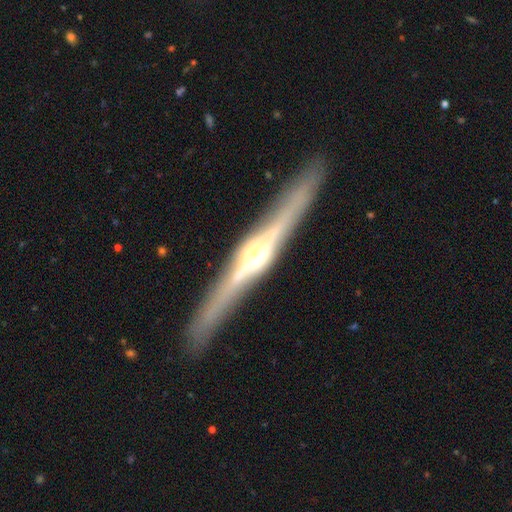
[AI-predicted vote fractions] smooth_or_featured: featured or disk (p=0.85) [alt: smooth p=0.10]
disk_edge_on: yes (p=0.98) [alt: no p=0.02]
edge_on_bulge: rounded (p=0.83) [alt: boxy p=0.13]
merging: none (p=0.89) [alt: minor disturbance p=0.08]